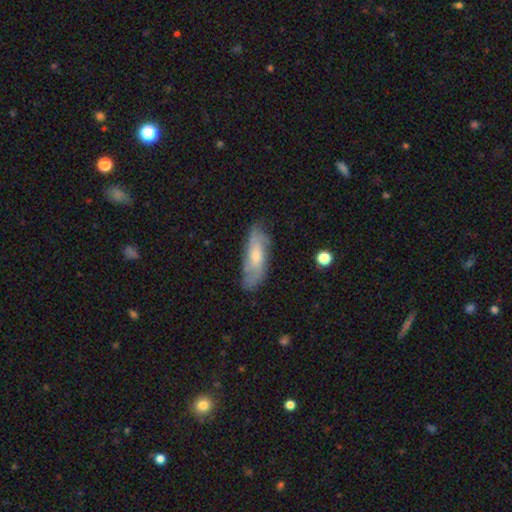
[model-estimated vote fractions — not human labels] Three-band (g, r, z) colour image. It shows a featured or disk galaxy (58%). Merging: none (74%).